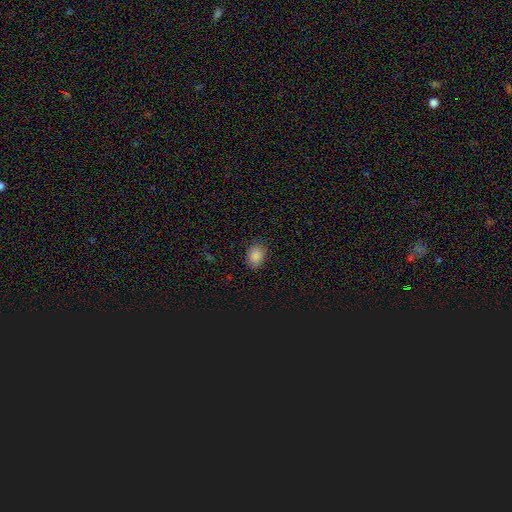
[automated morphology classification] Smooth or featured? smooth (86%)
How rounded? in between (65%)
Merging? none (84%)